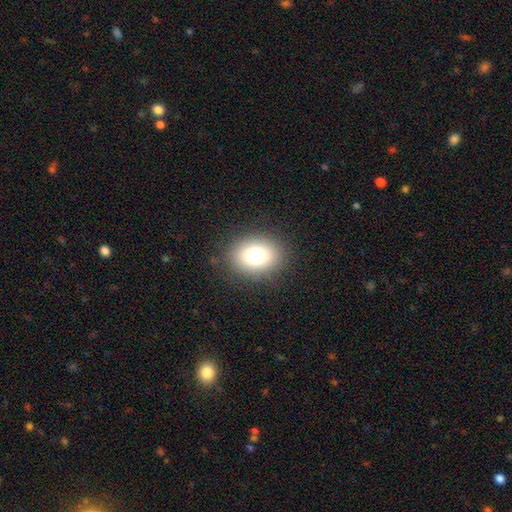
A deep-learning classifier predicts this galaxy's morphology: A smooth galaxy with no disk features (78%) that is in between round and cigar-shaped (56%). Merging: none (86%).